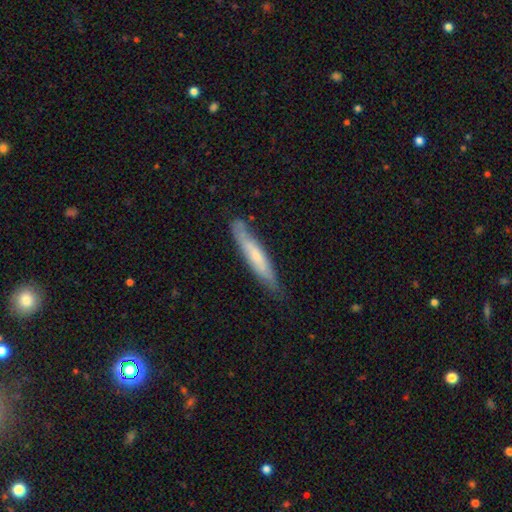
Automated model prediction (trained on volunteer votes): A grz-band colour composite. It shows a smooth galaxy with no disk features (54%) that is cigar-shaped (90%). Merging: none (76%).